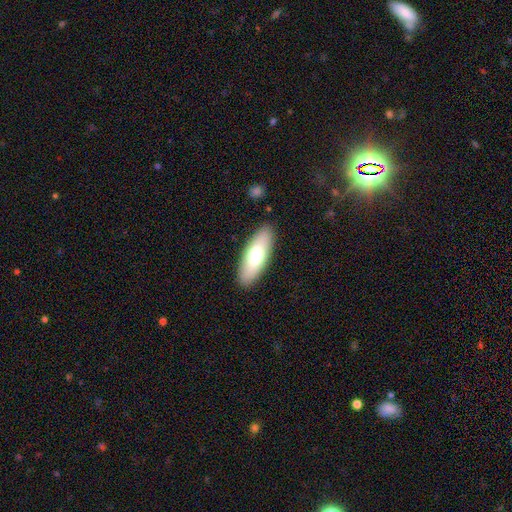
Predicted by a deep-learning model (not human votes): The model was most divided on "how rounded": in between: 65%, cigar-shaped: 32%, round: 2%. More confident: merging — none (89%); smooth or featured — smooth (68%).